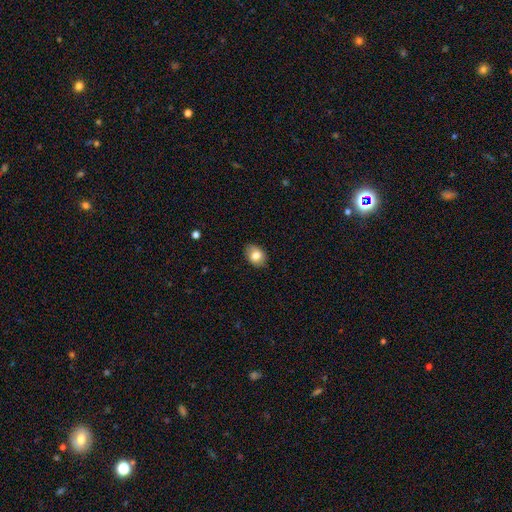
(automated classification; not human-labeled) Smooth or featured: smooth — 81% (featured or disk — 11%)
How rounded: in between — 73% (round — 26%)
Merging: none — 85% (minor disturbance — 11%)